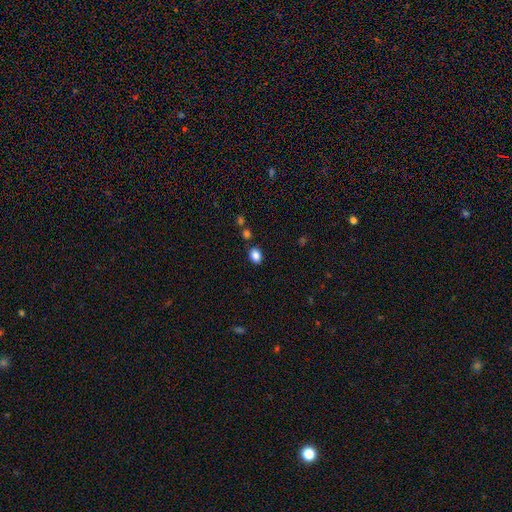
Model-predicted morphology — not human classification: The model was most divided on "how rounded": in between: 64%, round: 35%, cigar-shaped: 1%. More confident: smooth or featured — smooth (85%); merging — none (84%).